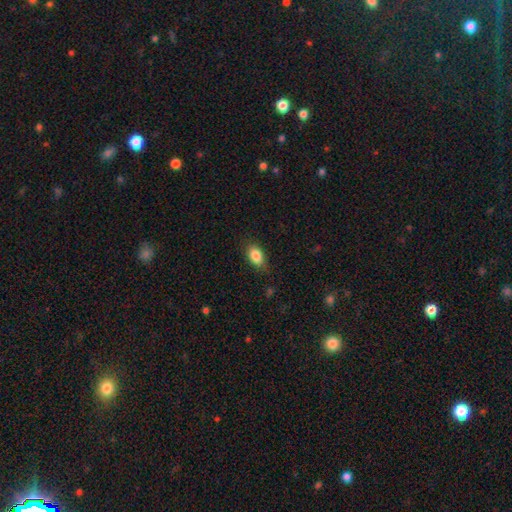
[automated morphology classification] Q: Smooth or featured?
A: smooth (85%); runner-up: star or artifact (8%)
Q: How rounded?
A: in between (87%); runner-up: round (10%)
Q: Merging?
A: none (79%); runner-up: minor disturbance (16%)